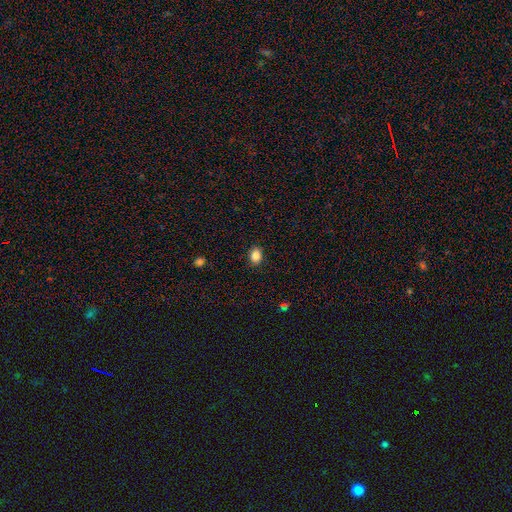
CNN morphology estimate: Q: Smooth or featured?
A: smooth (85%); runner-up: star or artifact (10%)
Q: How rounded?
A: in between (66%); runner-up: round (33%)
Q: Merging?
A: none (89%); runner-up: minor disturbance (8%)